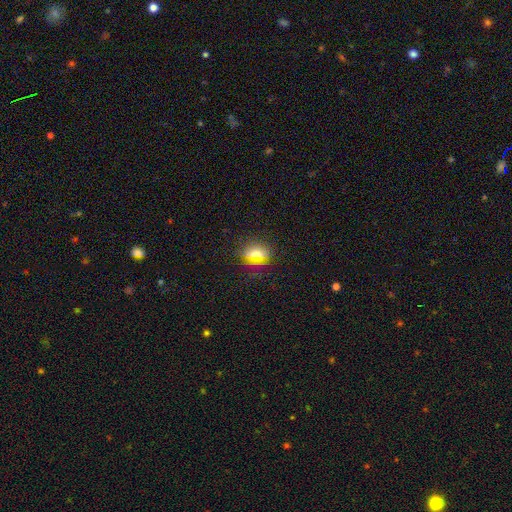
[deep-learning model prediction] A smooth galaxy with no disk features (58%) that is round (62%). Merging: none (87%).